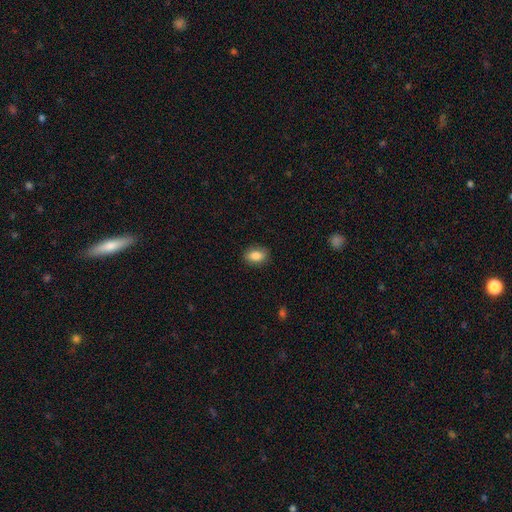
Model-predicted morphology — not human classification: The model was most divided on "how rounded": in between: 84%, round: 14%, cigar-shaped: 2%. More confident: merging — none (87%); smooth or featured — smooth (85%).